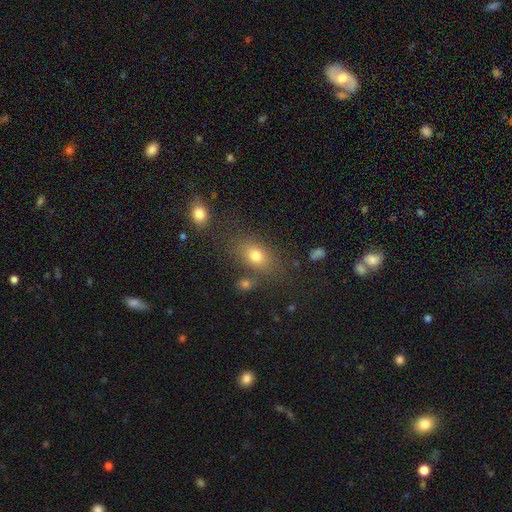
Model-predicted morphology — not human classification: A smooth galaxy with no disk features (75%) that is in between round and cigar-shaped (74%). Merging: none (71%).